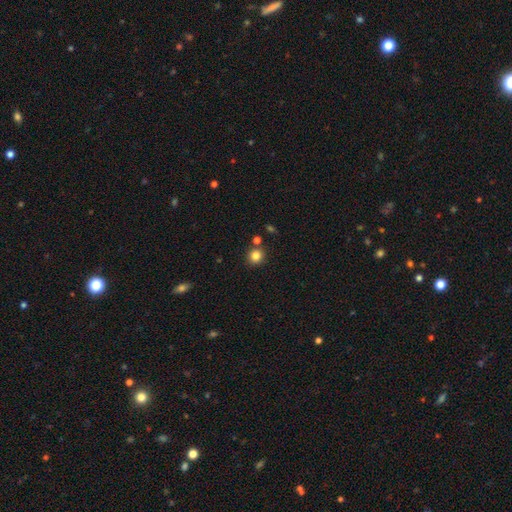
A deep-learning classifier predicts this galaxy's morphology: Q: Smooth or featured?
A: smooth (83%); runner-up: star or artifact (12%)
Q: How rounded?
A: round (90%); runner-up: in between (9%)
Q: Merging?
A: none (83%); runner-up: minor disturbance (8%)